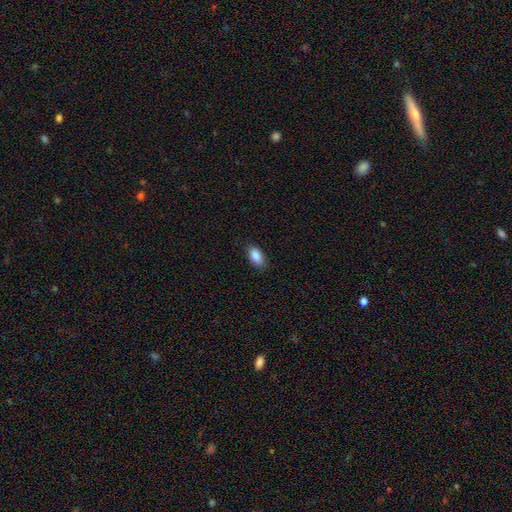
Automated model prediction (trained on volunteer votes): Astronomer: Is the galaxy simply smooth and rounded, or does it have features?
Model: smooth — 89%.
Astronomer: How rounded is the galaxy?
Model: in between — 93%.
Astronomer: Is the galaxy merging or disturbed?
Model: none — 85%.